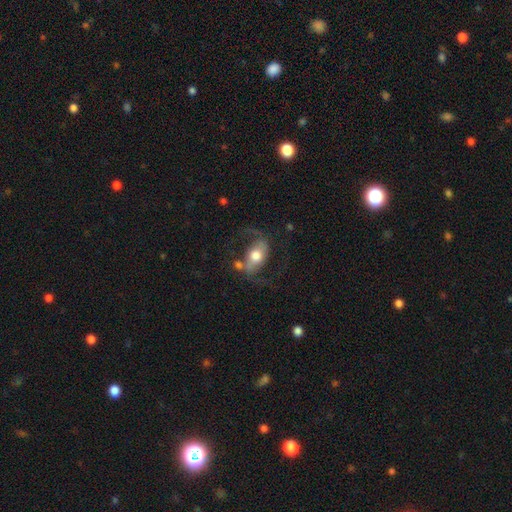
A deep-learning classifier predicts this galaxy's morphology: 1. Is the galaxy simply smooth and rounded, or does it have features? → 65% featured or disk, 28% smooth, 7% star or artifact.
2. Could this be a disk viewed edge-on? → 93% no, 7% yes.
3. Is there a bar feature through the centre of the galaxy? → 45% no, 32% weak, 23% strong.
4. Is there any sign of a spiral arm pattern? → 84% yes, 16% no.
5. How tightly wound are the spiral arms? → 61% loose, 32% medium, 7% tight.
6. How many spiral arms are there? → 90% 2, 4% can't tell, 4% 1, 1% 3, 1% 4, 1% more than 4.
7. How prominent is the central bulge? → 58% moderate, 29% large, 8% small, 4% dominant, 2% none.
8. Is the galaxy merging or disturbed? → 56% none, 18% minor disturbance, 17% major disturbance, 8% merger.